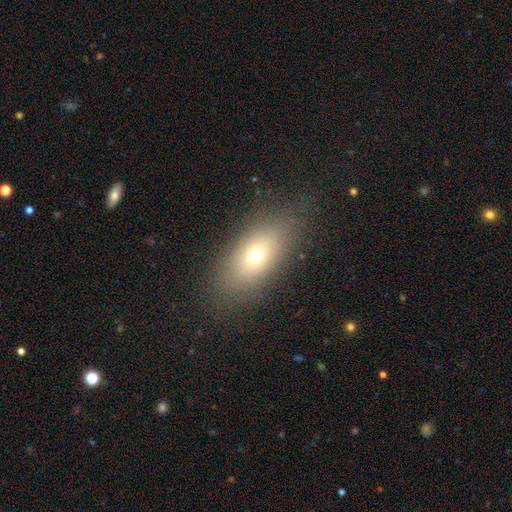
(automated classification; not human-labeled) A smooth galaxy with no disk features (67%) that is in between round and cigar-shaped (82%).

Vote fractions:
- Smooth or featured? smooth: 67% / featured or disk: 20% / star or artifact: 13%
- How rounded? in between: 82% / round: 9% / cigar-shaped: 9%
- Merging? none: 79% / minor disturbance: 13% / major disturbance: 7% / merger: 1%